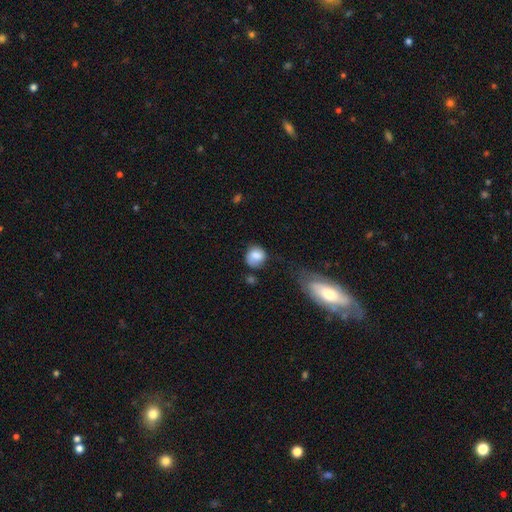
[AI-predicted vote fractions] smooth 81%, featured or disk 11%, star or artifact 8%. Down the decision tree: how rounded — round (76%); merging — none (59%).